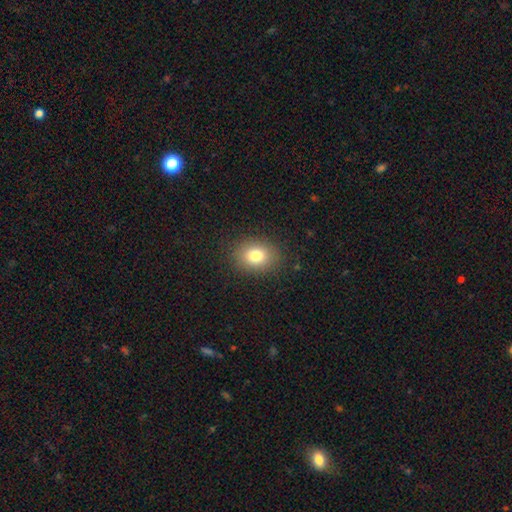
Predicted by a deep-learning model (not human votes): Morphology: type=smooth (80%); roundness=in between (57%); merging=none (87%).